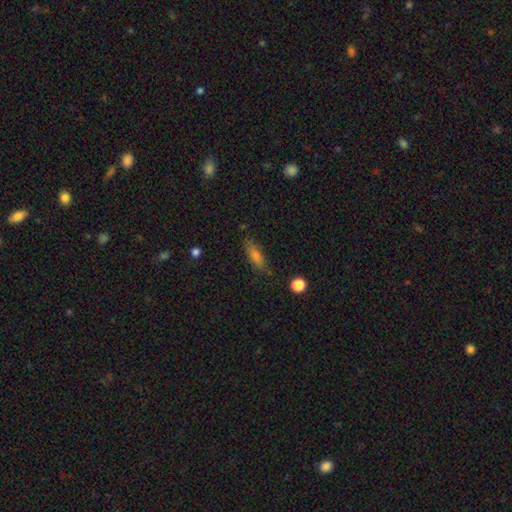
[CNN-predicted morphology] type=smooth (69%); roundness=cigar-shaped (49%); merging=none (81%).